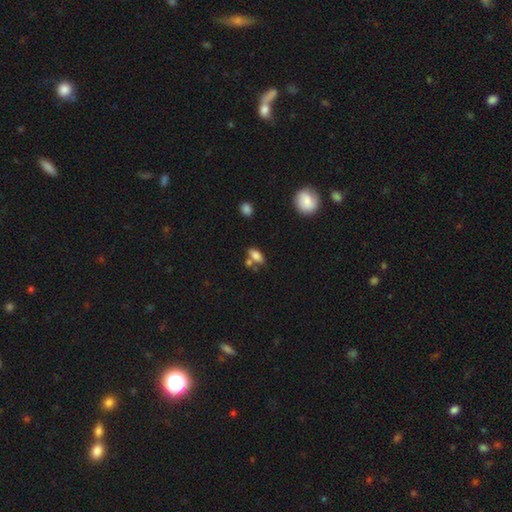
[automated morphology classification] This appears to be a smooth galaxy with no disk features (77%) that is in between round and cigar-shaped (83%). Merging: none (53%).